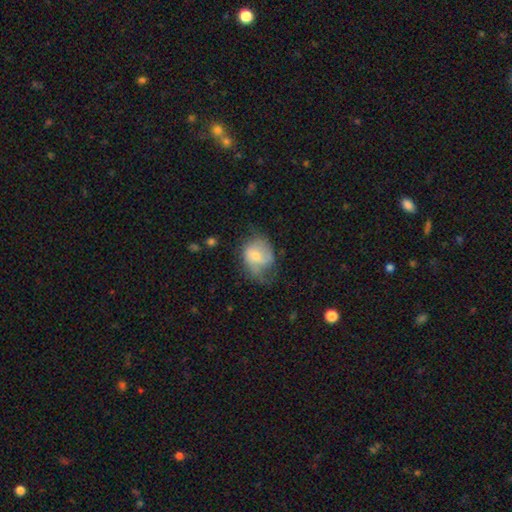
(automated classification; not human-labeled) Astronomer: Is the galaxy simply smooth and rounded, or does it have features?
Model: smooth — 51% (runner-up: featured or disk, 42%).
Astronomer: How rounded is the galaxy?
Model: round — 52% (runner-up: in between, 47%).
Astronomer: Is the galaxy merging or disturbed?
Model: none — 36% (runner-up: minor disturbance, 33%).